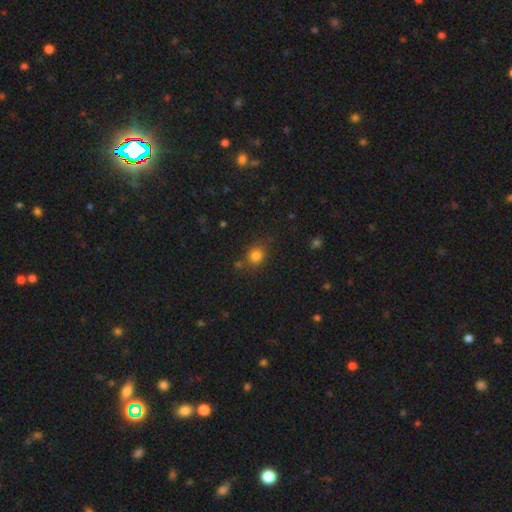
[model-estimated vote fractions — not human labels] This is clearly a smooth galaxy (80%). How rounded: likely round (76%). Merging: likely none (76%).